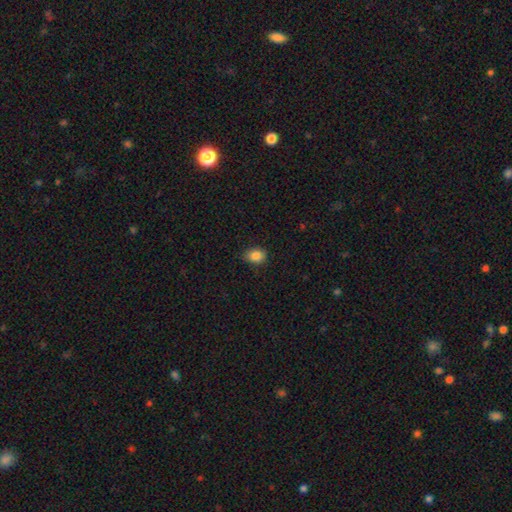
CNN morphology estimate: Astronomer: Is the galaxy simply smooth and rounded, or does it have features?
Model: smooth — 86%.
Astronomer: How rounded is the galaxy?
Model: in between — 60% (runner-up: round, 39%).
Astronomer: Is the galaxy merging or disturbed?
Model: none — 80%.